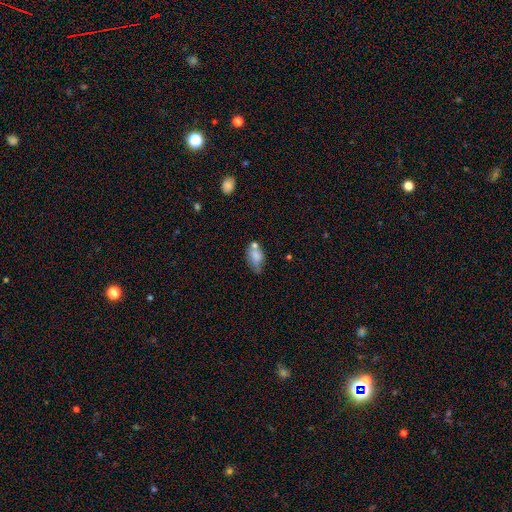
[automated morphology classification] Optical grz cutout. It shows a smooth galaxy with no disk features (69%) that is in between round and cigar-shaped (88%). Merging: none (37%).